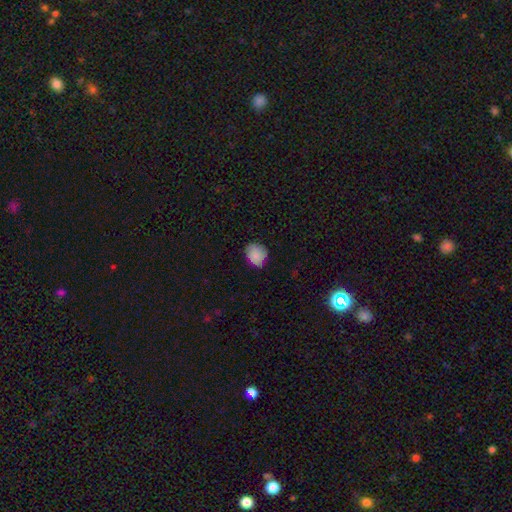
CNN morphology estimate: Q: Smooth or featured?
A: smooth (79%); runner-up: featured or disk (12%)
Q: How rounded?
A: round (63%); runner-up: in between (36%)
Q: Merging?
A: none (68%); runner-up: minor disturbance (26%)